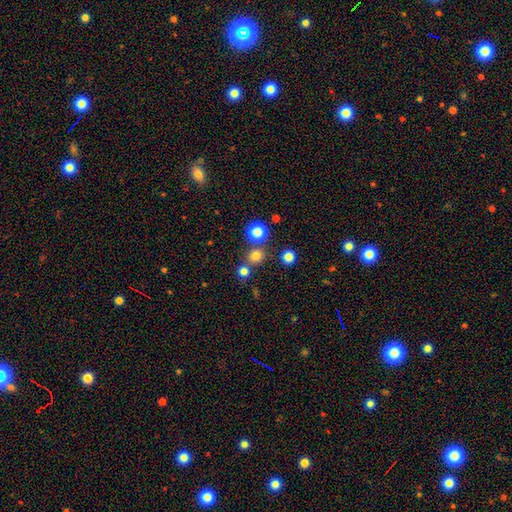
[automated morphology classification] A smooth galaxy with no disk features (75%) that is round (89%).

Vote fractions:
- Smooth or featured? smooth: 75% / star or artifact: 19% / featured or disk: 6%
- How rounded? round: 89% / in between: 10% / cigar-shaped: 1%
- Merging? none: 74% / merger: 16% / minor disturbance: 7% / major disturbance: 3%